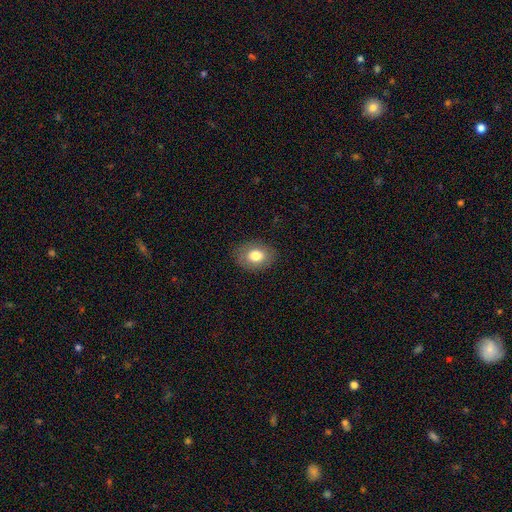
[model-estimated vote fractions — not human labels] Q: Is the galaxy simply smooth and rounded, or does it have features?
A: smooth — 79%.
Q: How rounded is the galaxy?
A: in between — 66%.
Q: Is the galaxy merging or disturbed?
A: none — 85%.